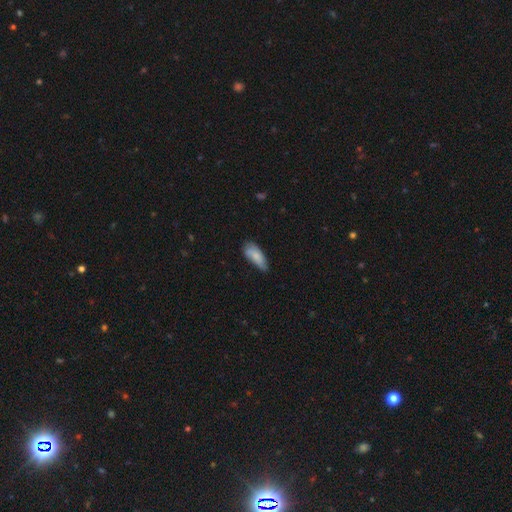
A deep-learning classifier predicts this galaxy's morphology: smooth-or-featured: smooth: 77% | featured or disk: 17% | star or artifact: 7%
  how-rounded: in between: 77% | cigar-shaped: 21% | round: 2%
  merging: none: 52% | minor disturbance: 37% | major disturbance: 8% | merger: 3%